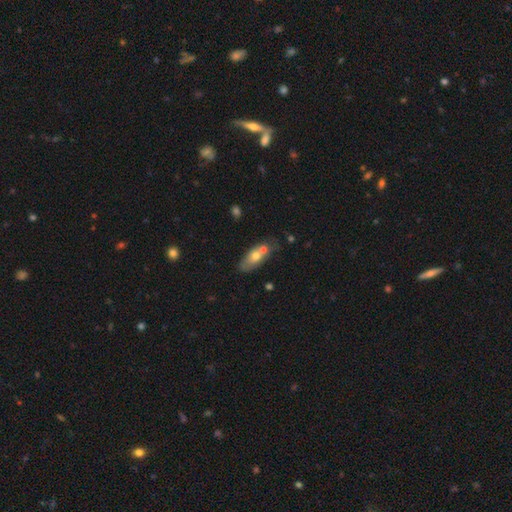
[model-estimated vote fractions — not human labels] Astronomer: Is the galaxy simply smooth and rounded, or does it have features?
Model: smooth — 62%.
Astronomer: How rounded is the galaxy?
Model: in between — 76%.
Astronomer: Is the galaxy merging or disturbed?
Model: merger — 41% (runner-up: none, 38%).